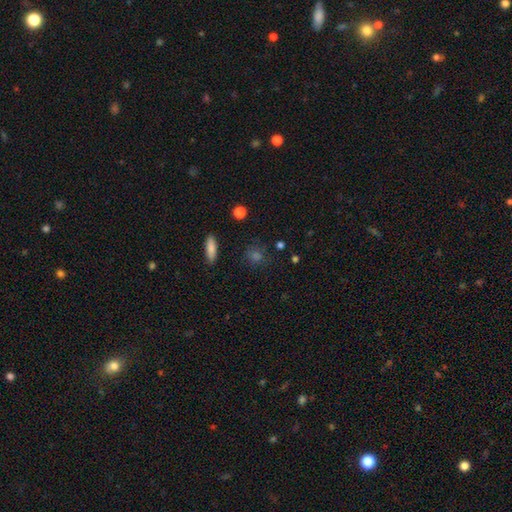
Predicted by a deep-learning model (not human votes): smooth 63%, star or artifact 26%, featured or disk 10%. Down the decision tree: how rounded — round (69%); merging — none (82%).